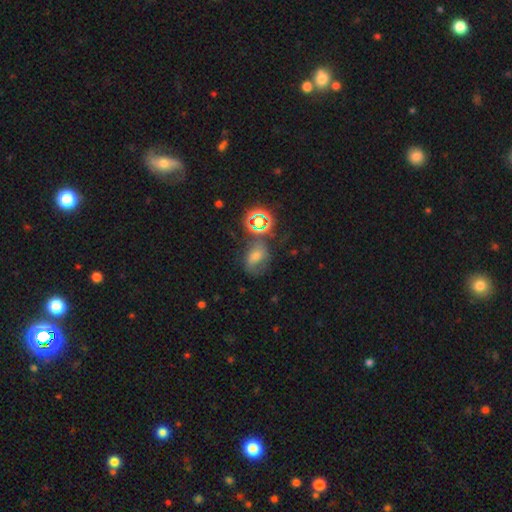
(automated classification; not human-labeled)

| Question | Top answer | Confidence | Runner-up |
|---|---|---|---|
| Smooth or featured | star or artifact | 36% | tied: smooth (36%) |